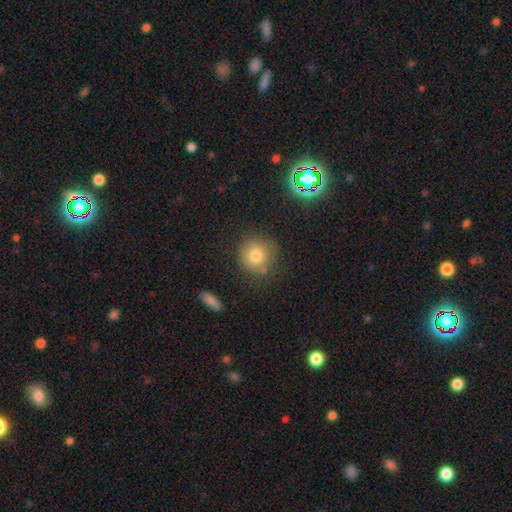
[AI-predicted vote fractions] A smooth galaxy with no disk features (78%) that is round (89%).

Vote fractions:
- Smooth or featured? smooth: 78% / star or artifact: 12% / featured or disk: 10%
- How rounded? round: 89% / in between: 10% / cigar-shaped: 1%
- Merging? none: 78% / minor disturbance: 14% / major disturbance: 4% / merger: 4%